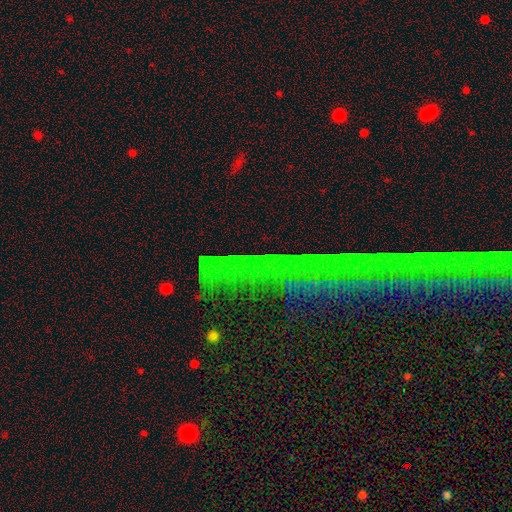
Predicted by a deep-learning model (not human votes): smooth-or-featured: star or artifact: 81% | featured or disk: 10% | smooth: 8%